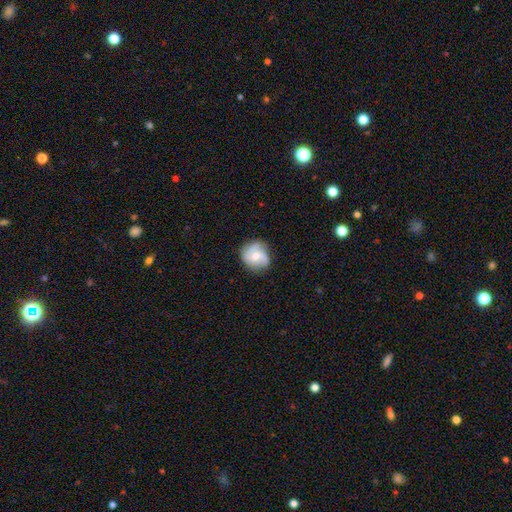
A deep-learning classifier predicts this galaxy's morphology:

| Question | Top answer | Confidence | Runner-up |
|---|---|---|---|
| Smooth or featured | featured or disk | 61% | smooth (32%) |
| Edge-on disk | no | 97% | yes (3%) |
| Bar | no | 66% | weak (29%) |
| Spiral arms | yes | 91% | no (9%) |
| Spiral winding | medium | 44% | tight (30%) |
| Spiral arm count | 2 | 41% | 3 (34%) |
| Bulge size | moderate | 58% | small (37%) |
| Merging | none | 76% | minor disturbance (18%) |